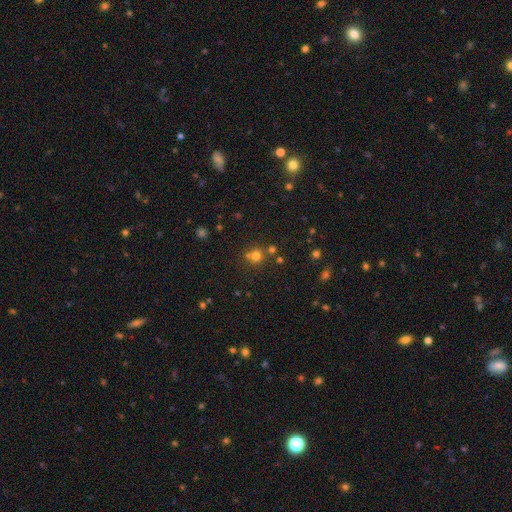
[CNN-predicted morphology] The model was most divided on "merging": none: 65%, merger: 24%, minor disturbance: 8%, major disturbance: 3%. More confident: how rounded — round (90%); smooth or featured — smooth (70%).